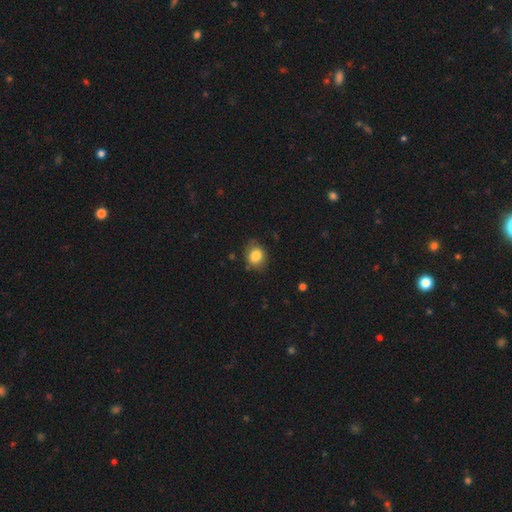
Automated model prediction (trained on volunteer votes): smooth_or_featured: smooth (p=0.82) [alt: star or artifact p=0.09]
how_rounded: round (p=0.63) [alt: in between p=0.36]
merging: none (p=0.75) [alt: minor disturbance p=0.19]